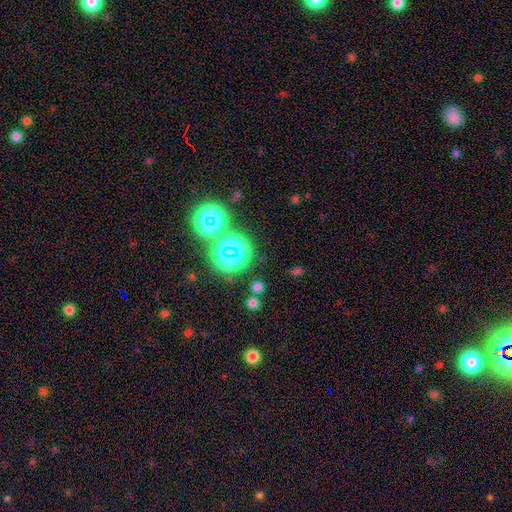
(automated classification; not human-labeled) Smooth or featured: star or artifact — 66% (smooth — 22%)